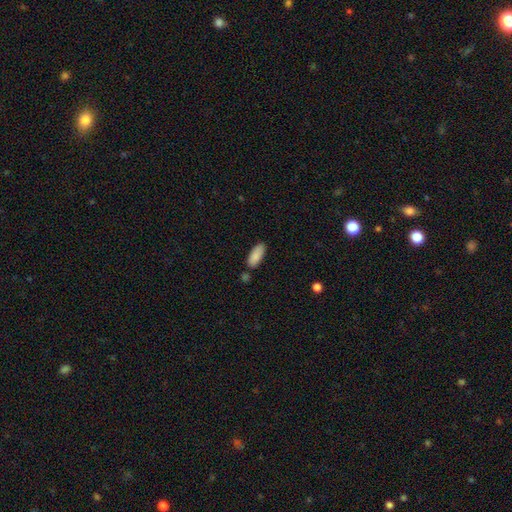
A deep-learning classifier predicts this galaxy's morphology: Overall: smooth (88%). How rounded: in between (79%). Merging: none (77%).